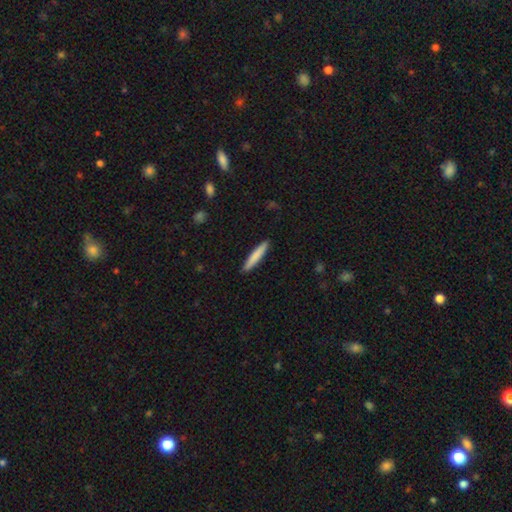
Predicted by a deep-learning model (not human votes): Smooth or featured? Predicted: smooth (p=0.79). How rounded? Predicted: cigar-shaped (p=0.94). Merging? Predicted: none (p=0.91).